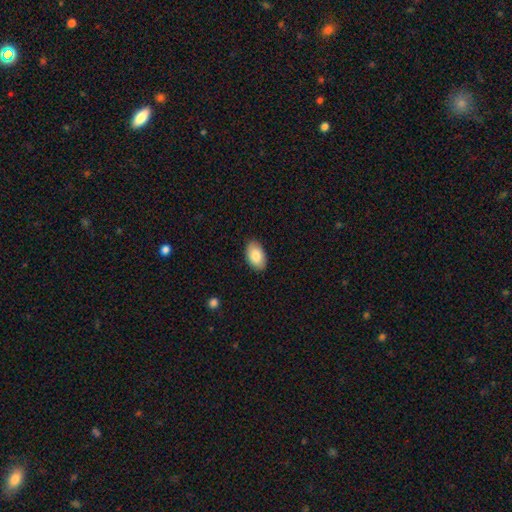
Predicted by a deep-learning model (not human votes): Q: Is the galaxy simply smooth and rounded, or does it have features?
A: smooth — 85%.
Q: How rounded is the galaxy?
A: in between — 93%.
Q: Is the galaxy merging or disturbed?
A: none — 87%.